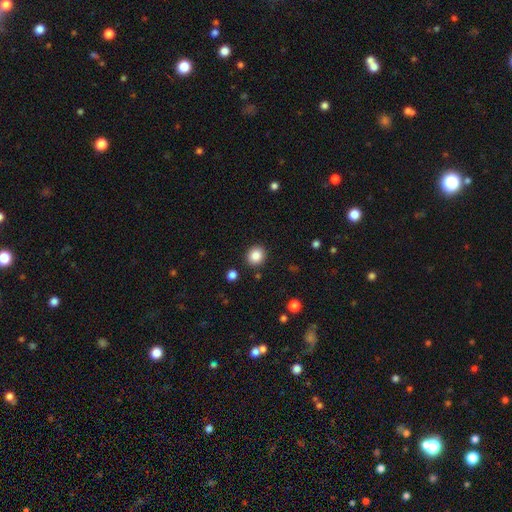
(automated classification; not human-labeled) smooth 86%, star or artifact 10%, featured or disk 4%. Down the decision tree: how rounded — round (84%); merging — none (90%).